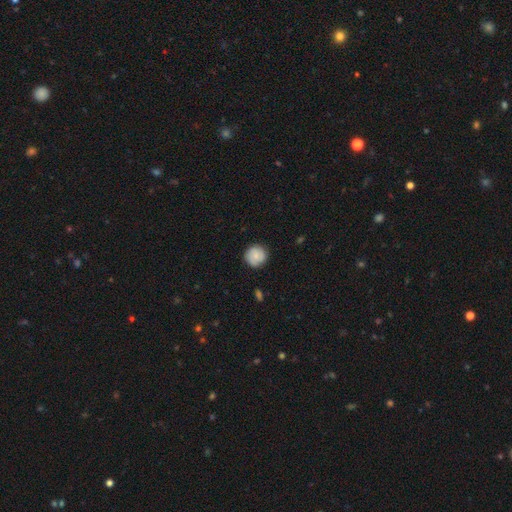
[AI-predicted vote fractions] Smooth or featured? Predicted: smooth (p=0.78). How rounded? Predicted: round (p=0.93). Merging? Predicted: none (p=0.83).